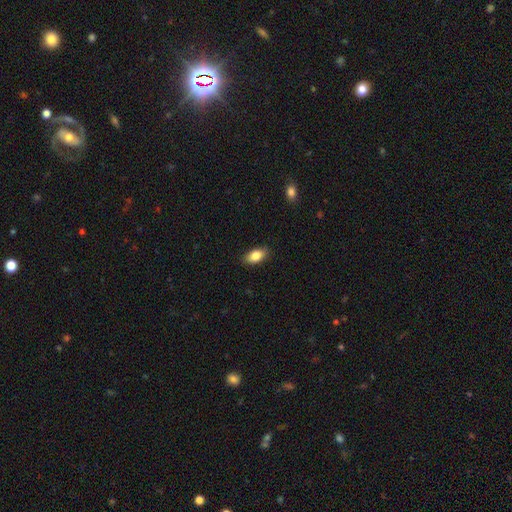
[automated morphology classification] smooth_or_featured: smooth (p=0.85) [alt: featured or disk p=0.08]
how_rounded: in between (p=0.90) [alt: round p=0.06]
merging: none (p=0.85) [alt: minor disturbance p=0.12]